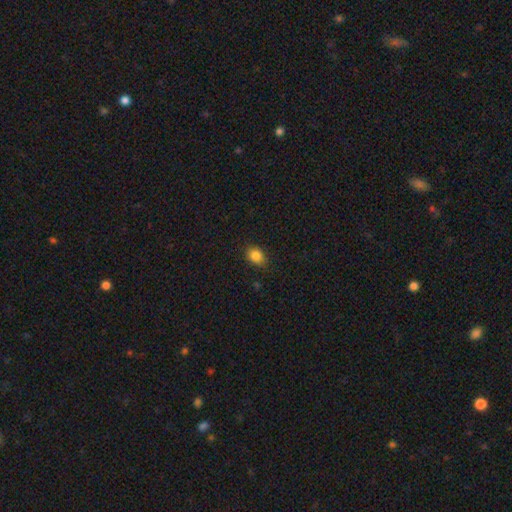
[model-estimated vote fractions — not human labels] Smooth or featured: smooth — 85% (star or artifact — 10%)
How rounded: in between — 67% (round — 32%)
Merging: none — 85% (minor disturbance — 11%)